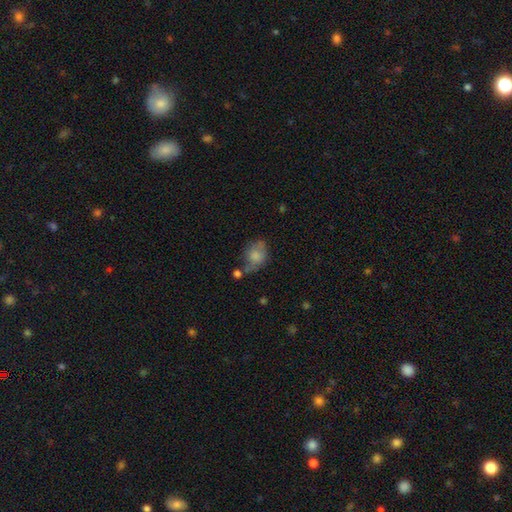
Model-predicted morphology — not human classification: smooth 72%, featured or disk 19%, star or artifact 9%. Down the decision tree: how rounded — in between (69%); merging — none (42%).